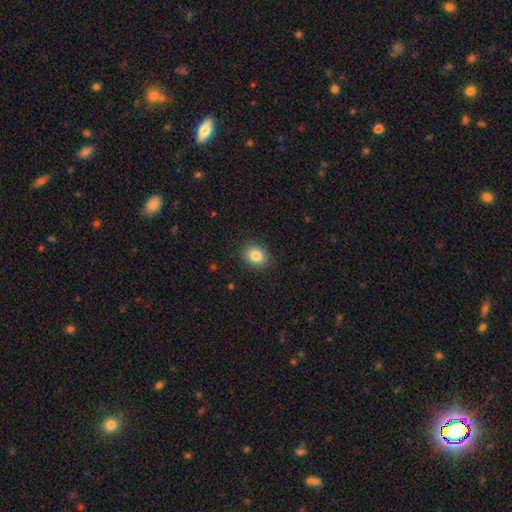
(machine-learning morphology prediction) smooth_or_featured: smooth (p=0.85) [alt: star or artifact p=0.09]
how_rounded: in between (p=0.56) [alt: round p=0.43]
merging: none (p=0.89) [alt: minor disturbance p=0.08]